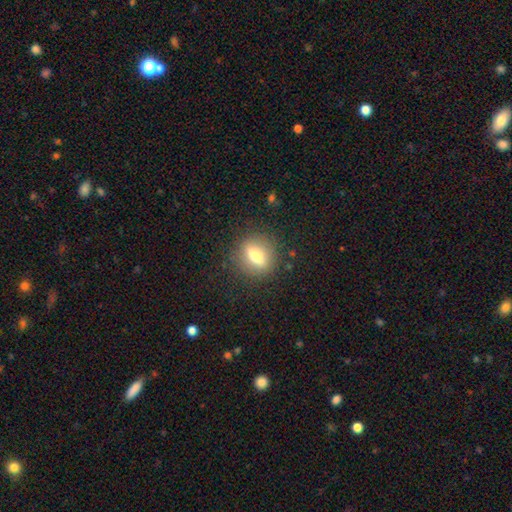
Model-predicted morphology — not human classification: A smooth galaxy with no disk features (66%) that is in between round and cigar-shaped (49%).

Vote fractions:
- Smooth or featured? smooth: 66% / featured or disk: 24% / star or artifact: 10%
- How rounded? in between: 49% / round: 37% / cigar-shaped: 14%
- Merging? none: 85% / minor disturbance: 9% / major disturbance: 4% / merger: 1%